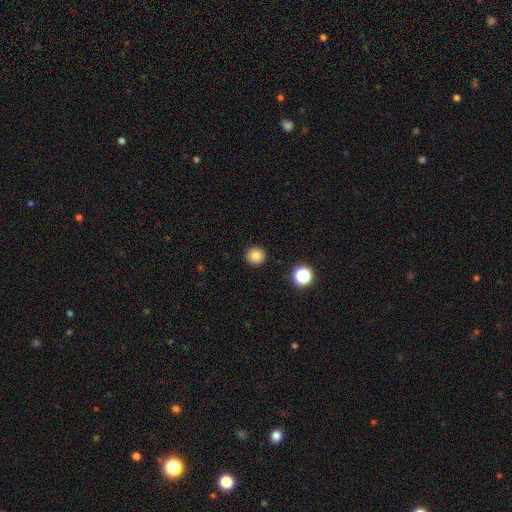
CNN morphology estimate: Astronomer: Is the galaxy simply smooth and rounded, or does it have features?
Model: smooth — 81%.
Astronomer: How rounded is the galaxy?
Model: round — 93%.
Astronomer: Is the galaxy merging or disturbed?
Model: none — 92%.